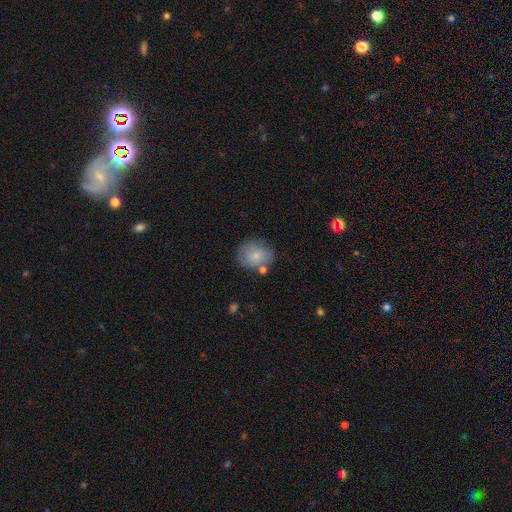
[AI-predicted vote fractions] Smooth or featured? smooth (80%)
How rounded? round (64%)
Merging? none (66%)